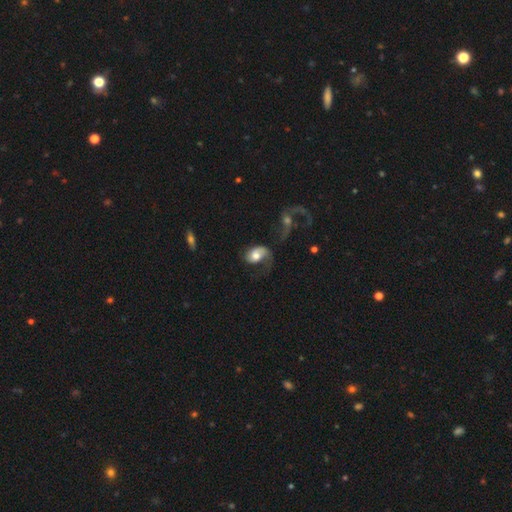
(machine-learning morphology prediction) type=smooth (47%); merging=major disturbance (44%).